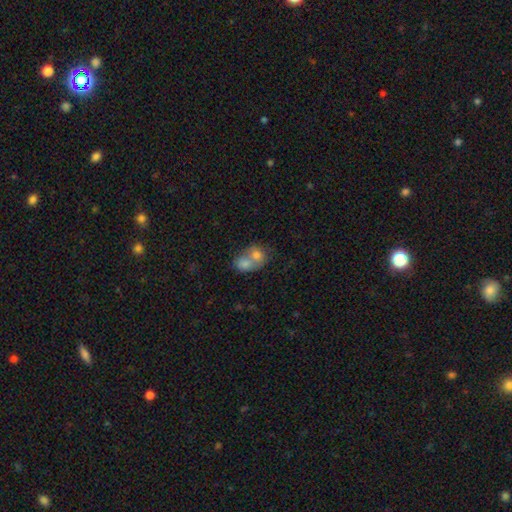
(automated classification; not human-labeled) Morphology: type=smooth (71%); roundness=round (55%); merging=merger (75%).